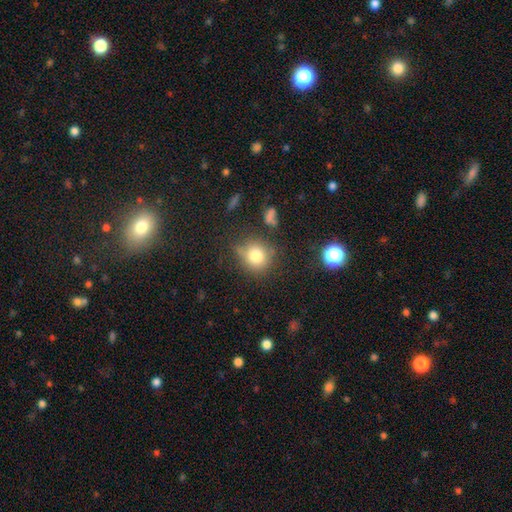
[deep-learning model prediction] smooth-or-featured: smooth: 78% | star or artifact: 13% | featured or disk: 9%
  how-rounded: round: 87% | in between: 12% | cigar-shaped: 1%
  merging: none: 72% | minor disturbance: 16% | merger: 6% | major disturbance: 6%